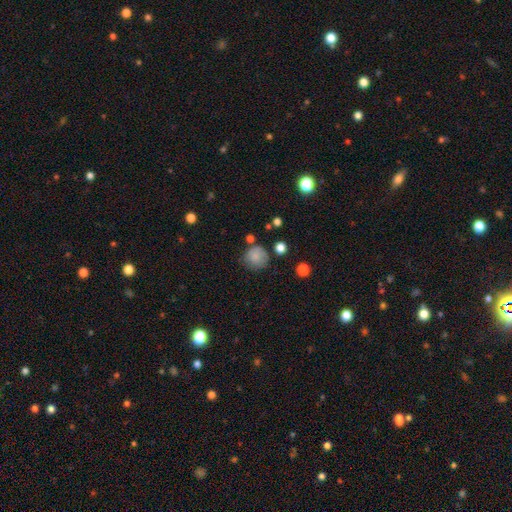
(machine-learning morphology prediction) Smooth or featured?
  - smooth: 80% *
  - star or artifact: 10%
  - featured or disk: 9%
How rounded?
  - round: 88% *
  - in between: 11%
  - cigar-shaped: 1%
Merging?
  - none: 68% *
  - minor disturbance: 22%
  - major disturbance: 6%
  - merger: 5%